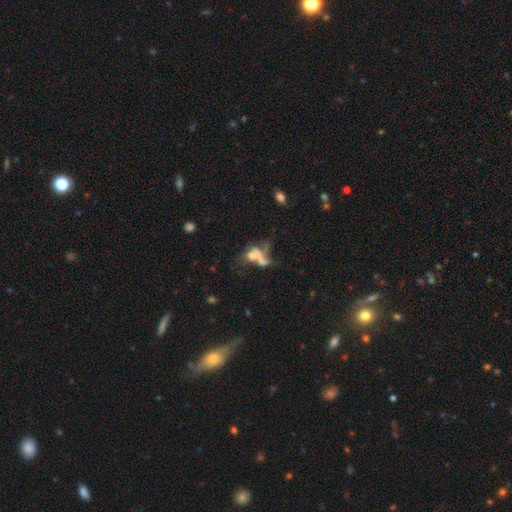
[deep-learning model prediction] The model was most divided on "smooth or featured": smooth: 46%, featured or disk: 35%, star or artifact: 19%. Remaining: merging — merger (48%).